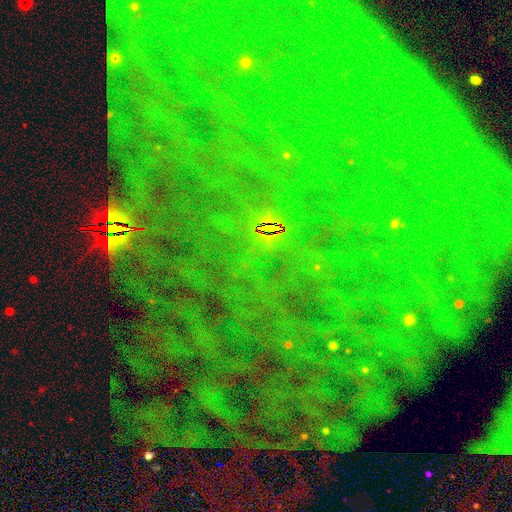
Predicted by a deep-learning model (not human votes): Overall: star or artifact (82%).